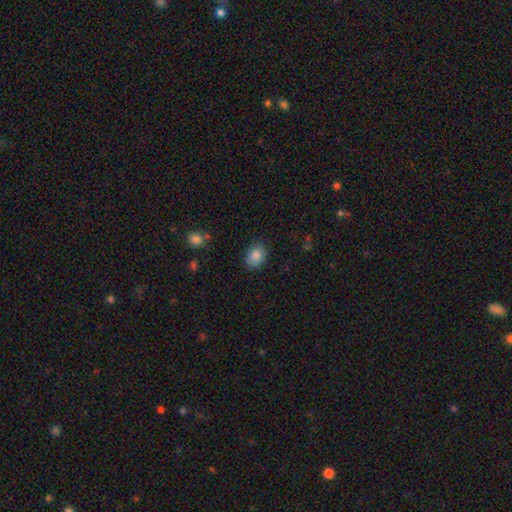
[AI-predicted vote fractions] This is clearly a smooth galaxy (86%). How rounded: likely in between (73%). Merging: likely none (80%).